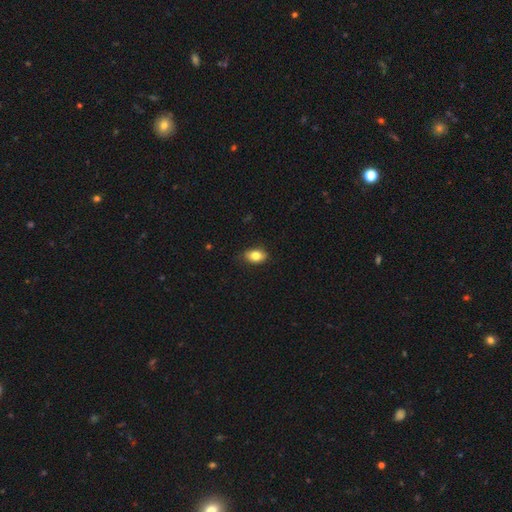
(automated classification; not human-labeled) The model was most divided on "how rounded": in between: 84%, round: 14%, cigar-shaped: 2%. More confident: merging — none (84%); smooth or featured — smooth (82%).